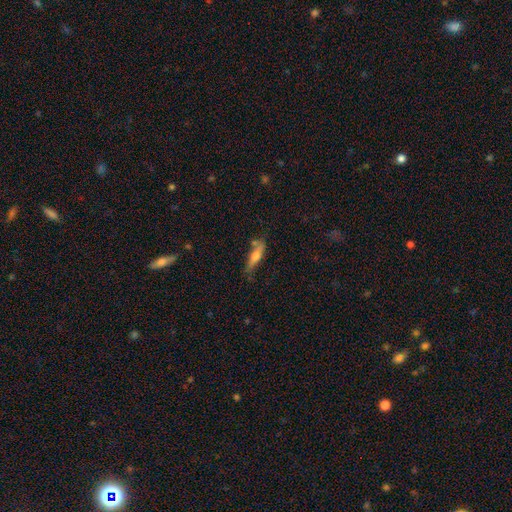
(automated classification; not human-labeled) A smooth galaxy with no disk features (54%) that is cigar-shaped (70%).

Vote fractions:
- Smooth or featured? smooth: 54% / featured or disk: 38% / star or artifact: 7%
- How rounded? cigar-shaped: 70% / in between: 27% / round: 2%
- Merging? none: 62% / minor disturbance: 23% / merger: 8% / major disturbance: 6%